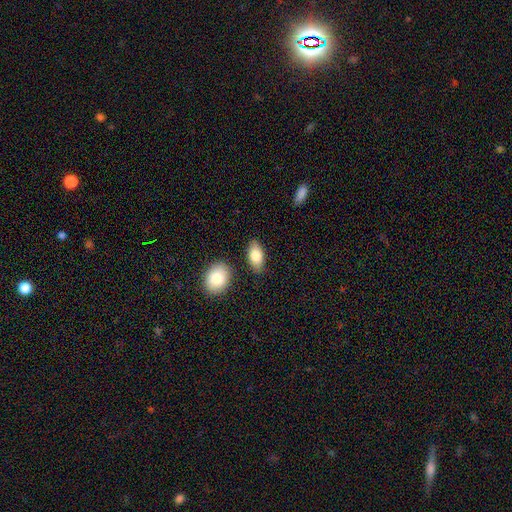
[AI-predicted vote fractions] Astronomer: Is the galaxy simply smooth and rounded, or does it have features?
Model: smooth — 81%.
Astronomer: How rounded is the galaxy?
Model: in between — 92%.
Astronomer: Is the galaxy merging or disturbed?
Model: none — 82%.